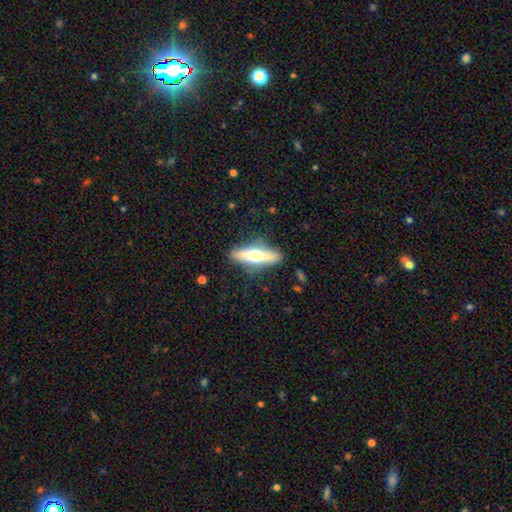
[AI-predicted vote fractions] smooth-or-featured: featured or disk: 57% | smooth: 36% | star or artifact: 7%
  disk-edge-on: yes: 88% | no: 12%
    edge-on-bulge: rounded: 93% | boxy: 4% | none: 3%
  merging: none: 76% | minor disturbance: 14% | major disturbance: 5% | merger: 5%